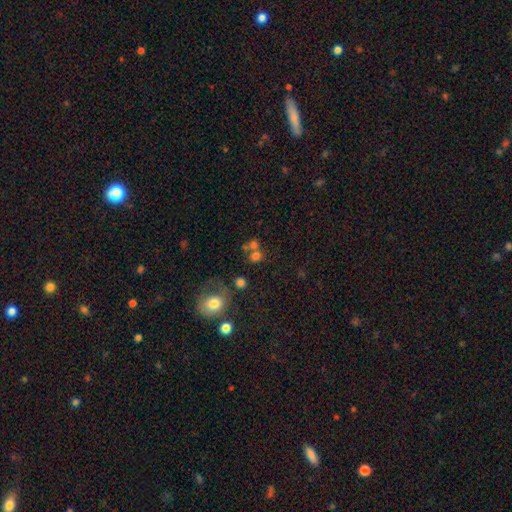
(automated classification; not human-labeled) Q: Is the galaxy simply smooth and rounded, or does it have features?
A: smooth — 71%.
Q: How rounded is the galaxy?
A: round — 78%.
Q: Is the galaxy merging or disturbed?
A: none — 51%.